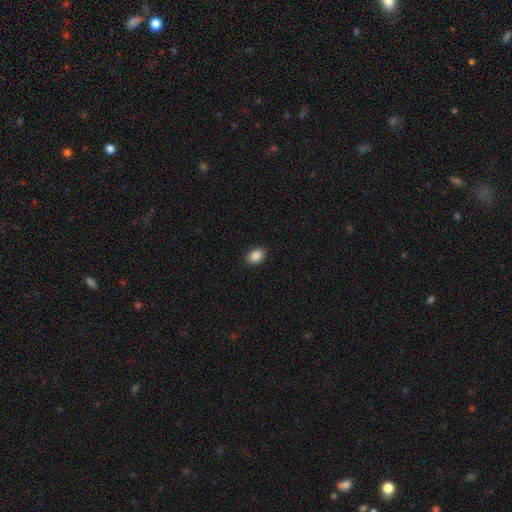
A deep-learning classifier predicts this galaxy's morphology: smooth-or-featured: smooth: 88% | star or artifact: 8% | featured or disk: 4%
  how-rounded: in between: 82% | round: 17% | cigar-shaped: 1%
  merging: none: 90% | minor disturbance: 7% | major disturbance: 2% | merger: 1%